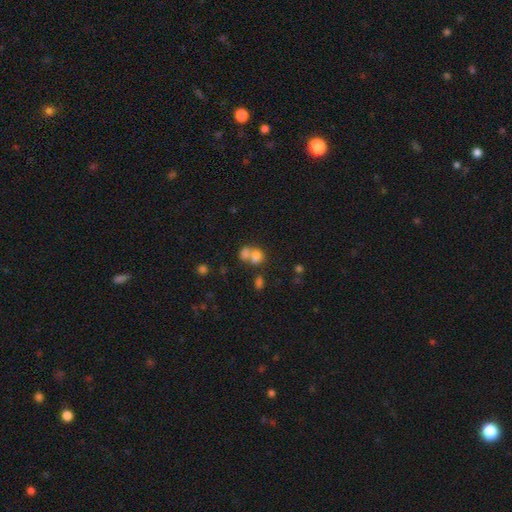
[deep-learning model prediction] This is likely a smooth galaxy (72%). How rounded: likely in between (63%). Merging: likely merger (61%).